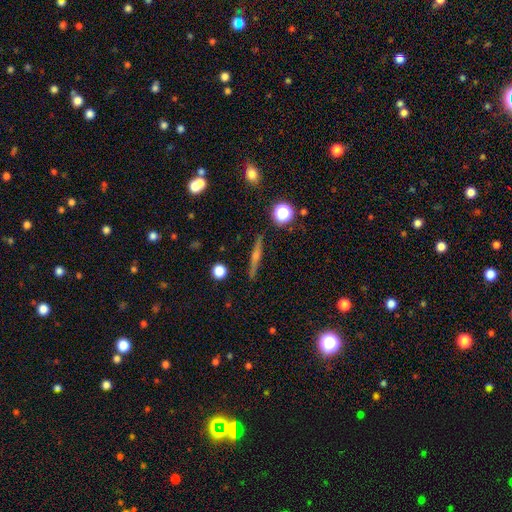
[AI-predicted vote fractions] This appears to be a featured or disk galaxy (65%) viewed edge-on (97%) with a rounded central bulge (81%). Merging: none (90%).